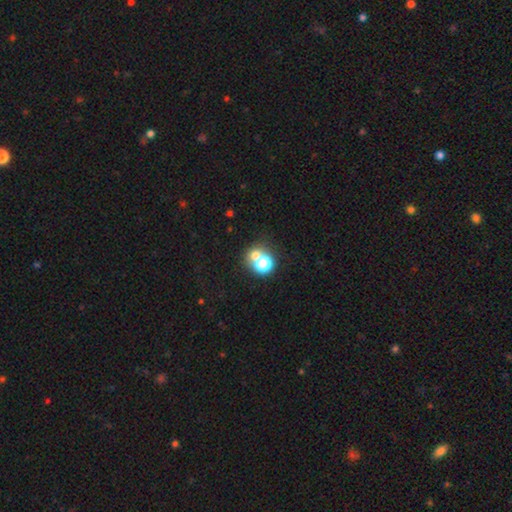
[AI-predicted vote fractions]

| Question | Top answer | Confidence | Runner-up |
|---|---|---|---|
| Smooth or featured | smooth | 60% | star or artifact (26%) |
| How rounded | round | 79% | in between (20%) |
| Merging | none | 46% | merger (42%) |